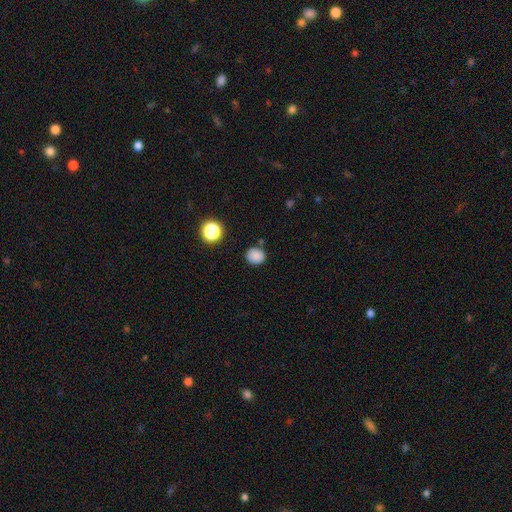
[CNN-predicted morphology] smooth 84%, star or artifact 12%, featured or disk 4%. Down the decision tree: how rounded — round (80%); merging — none (82%).